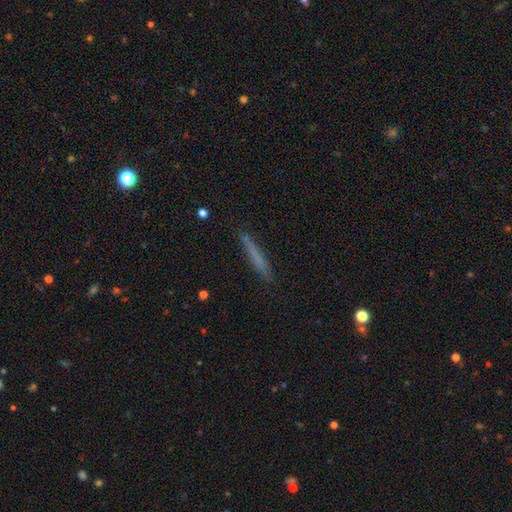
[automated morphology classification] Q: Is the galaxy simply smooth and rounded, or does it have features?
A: smooth — 65%.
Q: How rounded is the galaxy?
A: cigar-shaped — 96%.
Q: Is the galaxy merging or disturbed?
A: none — 86%.